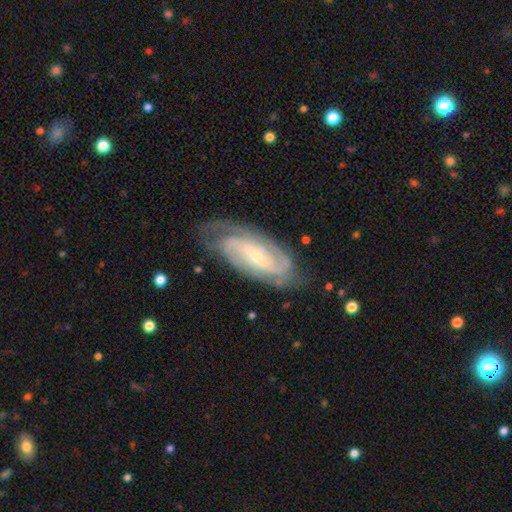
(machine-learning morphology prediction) Smooth or featured?
  - featured or disk: 86% *
  - smooth: 9%
  - star or artifact: 5%
Edge-on disk?
  - no: 93% *
  - yes: 7%
Bar?
  - weak: 41% *
  - no: 36%
  - strong: 24%
Spiral arms?
  - yes: 96% *
  - no: 4%
Spiral winding?
  - tight: 57% *
  - medium: 35%
  - loose: 8%
Spiral arm count?
  - 2: 43% *
  - can't tell: 22%
  - 3: 19%
  - 4: 8%
  - 1: 4%
  - more than 4: 4%
Bulge size?
  - small: 75% *
  - moderate: 21%
  - none: 2%
  - large: 1%
  - dominant: 1%
Merging?
  - none: 74% *
  - minor disturbance: 19%
  - major disturbance: 6%
  - merger: 1%